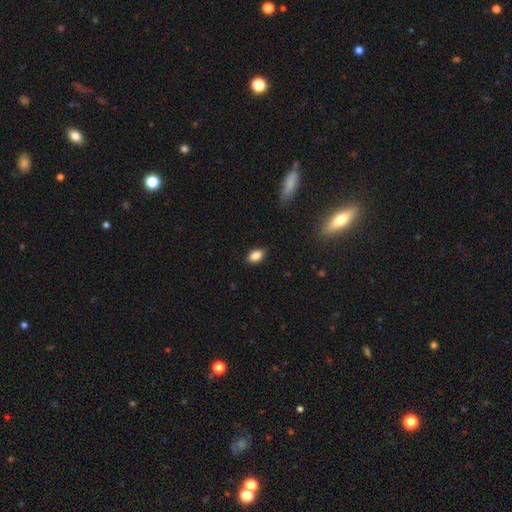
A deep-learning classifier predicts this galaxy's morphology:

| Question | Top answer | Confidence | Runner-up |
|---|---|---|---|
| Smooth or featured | smooth | 84% | star or artifact (9%) |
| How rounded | in between | 86% | round (11%) |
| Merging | none | 84% | minor disturbance (12%) |